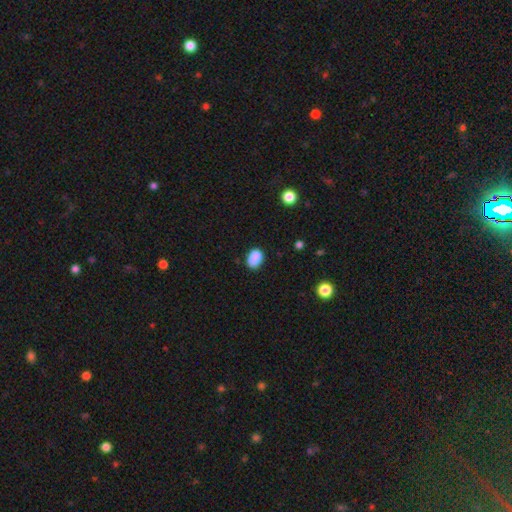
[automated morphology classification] A smooth galaxy with no disk features (86%) that is in between round and cigar-shaped (80%). Merging: none (73%).